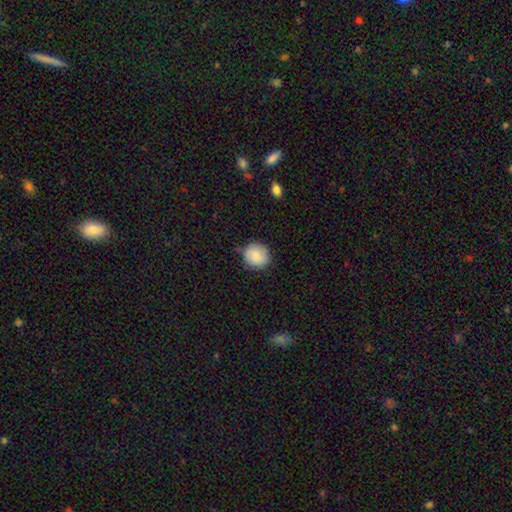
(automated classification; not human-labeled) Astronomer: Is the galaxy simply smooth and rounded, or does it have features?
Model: smooth — 88%.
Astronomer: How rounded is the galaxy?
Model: round — 86%.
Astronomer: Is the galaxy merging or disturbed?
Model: none — 81%.